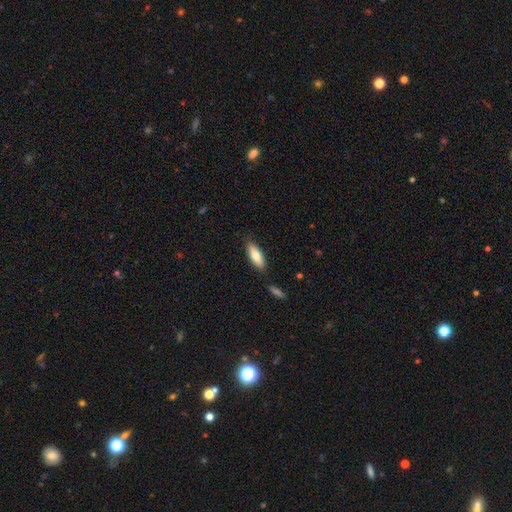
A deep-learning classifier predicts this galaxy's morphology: Smooth or featured? smooth (77%)
How rounded? in between (65%)
Merging? none (84%)